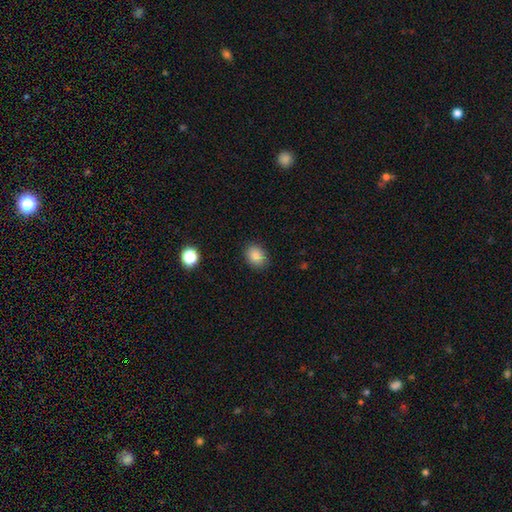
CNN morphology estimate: A smooth galaxy with no disk features (86%) that is in between round and cigar-shaped (55%).

Vote fractions:
- Smooth or featured? smooth: 86% / star or artifact: 10% / featured or disk: 4%
- How rounded? in between: 55% / round: 44% / cigar-shaped: 1%
- Merging? none: 87% / minor disturbance: 9% / major disturbance: 3% / merger: 1%